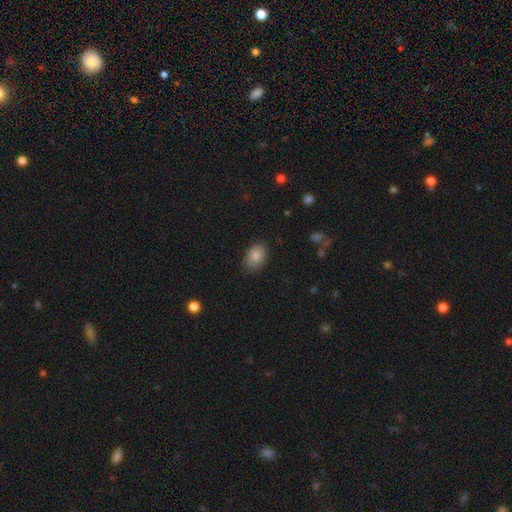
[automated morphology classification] smooth-or-featured: smooth: 85% | star or artifact: 8% | featured or disk: 7%
  how-rounded: in between: 81% | round: 18% | cigar-shaped: 1%
  merging: none: 81% | minor disturbance: 15% | major disturbance: 3% | merger: 1%